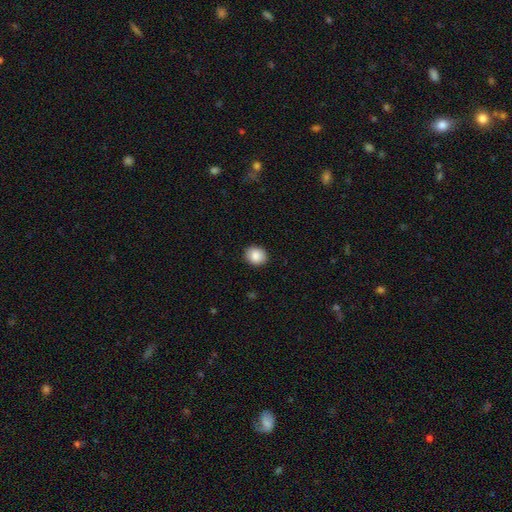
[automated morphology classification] smooth-or-featured: smooth: 88% | star or artifact: 8% | featured or disk: 4%
  how-rounded: round: 66% | in between: 33% | cigar-shaped: 1%
  merging: none: 90% | minor disturbance: 7% | major disturbance: 2% | merger: 1%